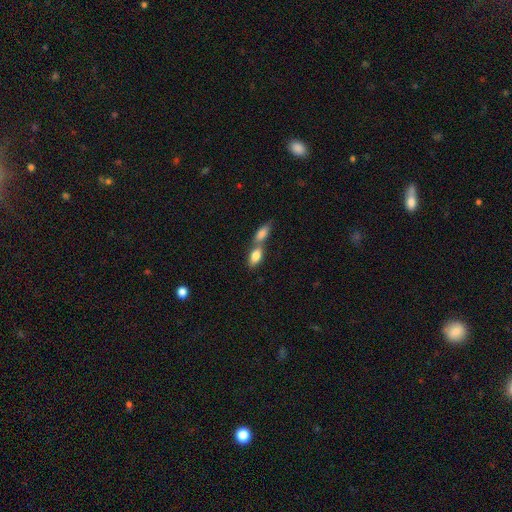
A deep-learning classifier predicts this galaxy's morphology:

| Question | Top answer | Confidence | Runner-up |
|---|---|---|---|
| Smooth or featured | smooth | 81% | featured or disk (12%) |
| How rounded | in between | 86% | cigar-shaped (10%) |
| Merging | merger | 62% | none (28%) |